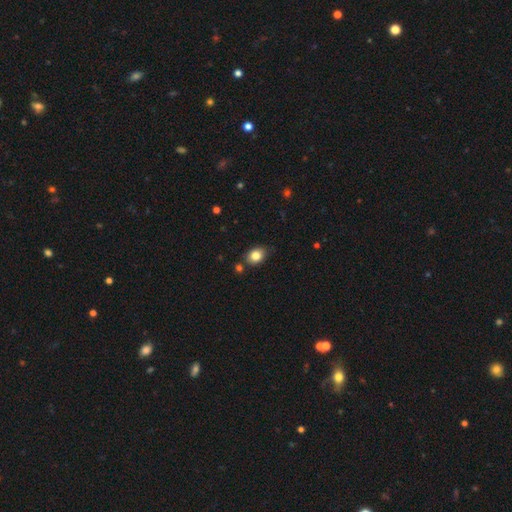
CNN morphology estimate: smooth-or-featured: smooth: 83% | star or artifact: 10% | featured or disk: 7%
  how-rounded: in between: 55% | round: 44% | cigar-shaped: 1%
  merging: none: 78% | minor disturbance: 14% | merger: 5% | major disturbance: 3%